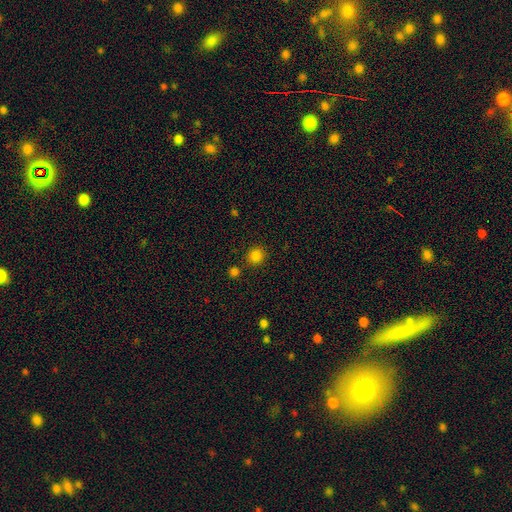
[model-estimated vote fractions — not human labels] A smooth galaxy with no disk features (83%) that is round (91%). Merging: none (85%).